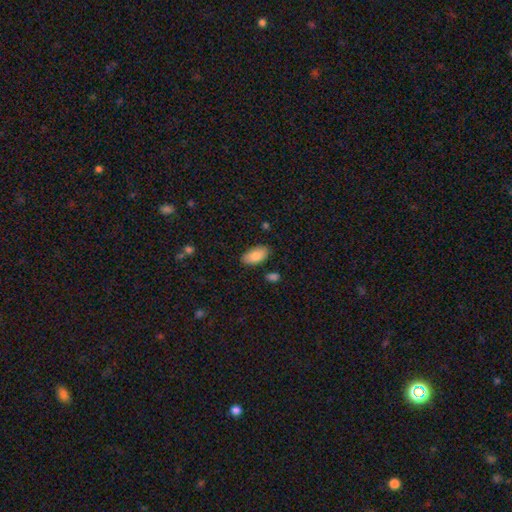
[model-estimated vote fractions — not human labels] Smooth or featured?
  - smooth: 85% *
  - featured or disk: 8%
  - star or artifact: 6%
How rounded?
  - in between: 94% *
  - cigar-shaped: 3%
  - round: 2%
Merging?
  - none: 84% *
  - minor disturbance: 12%
  - major disturbance: 2%
  - merger: 2%